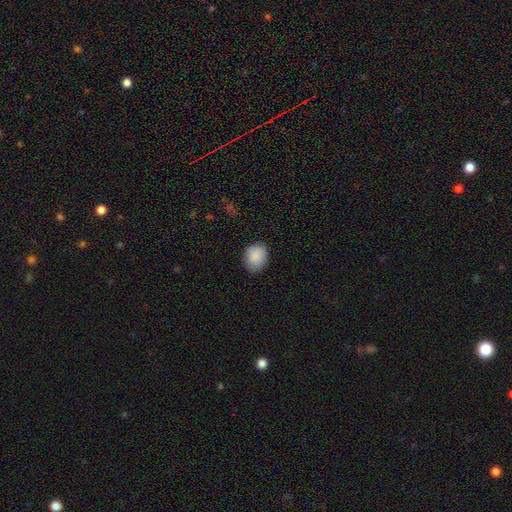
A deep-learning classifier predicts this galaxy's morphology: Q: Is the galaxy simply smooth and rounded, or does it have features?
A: smooth — 89%.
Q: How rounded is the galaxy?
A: round — 53%.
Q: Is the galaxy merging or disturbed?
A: none — 81%.